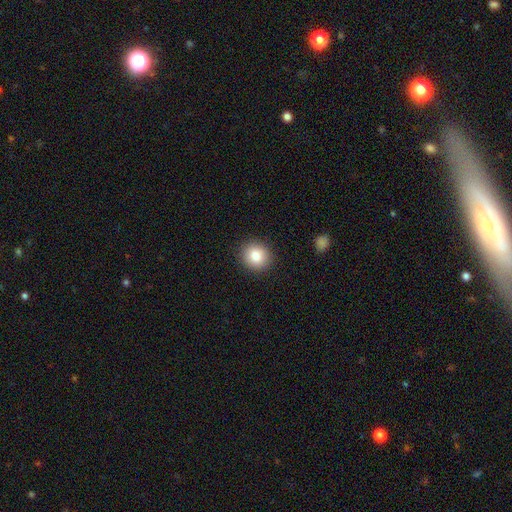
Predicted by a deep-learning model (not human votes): smooth 85%, star or artifact 9%, featured or disk 7%. Down the decision tree: how rounded — round (86%); merging — none (91%).